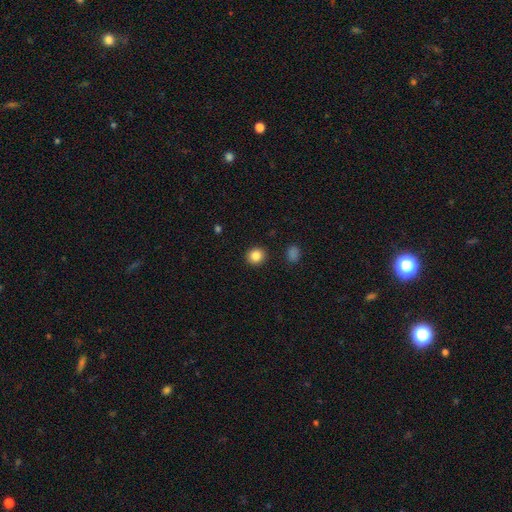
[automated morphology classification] The model was most divided on "how rounded": round: 86%, in between: 13%, cigar-shaped: 1%. More confident: merging — none (91%); smooth or featured — smooth (86%).